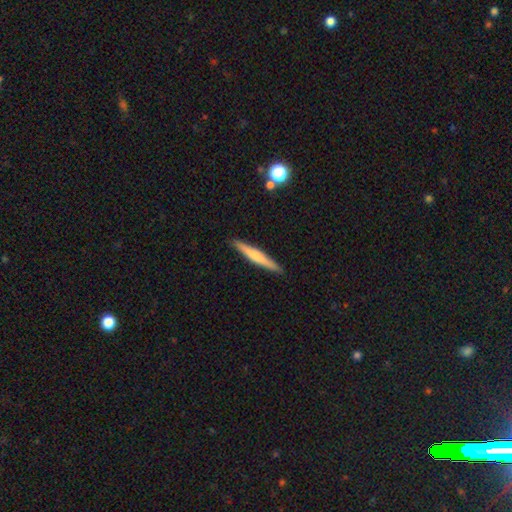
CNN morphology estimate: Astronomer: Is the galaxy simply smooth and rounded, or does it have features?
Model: smooth — 51% (runner-up: featured or disk, 43%).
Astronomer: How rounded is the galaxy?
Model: cigar-shaped — 95%.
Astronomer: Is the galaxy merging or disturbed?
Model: none — 91%.